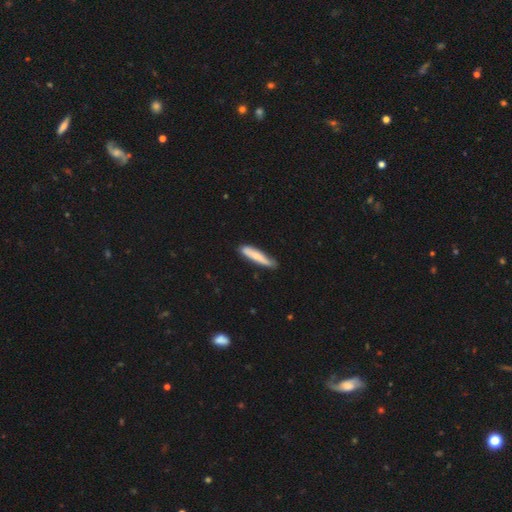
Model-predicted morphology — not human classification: The model was most divided on "smooth or featured": smooth: 71%, featured or disk: 23%, star or artifact: 5%. More confident: how rounded — cigar-shaped (89%); merging — none (77%).